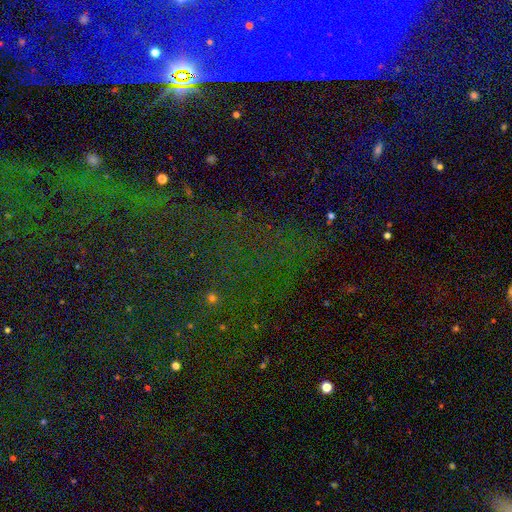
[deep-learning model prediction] Smooth or featured?
  - star or artifact: 71% *
  - featured or disk: 16%
  - smooth: 13%